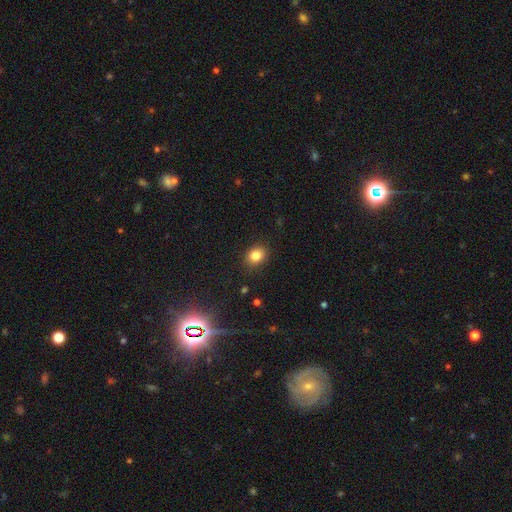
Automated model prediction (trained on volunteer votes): Morphology: type=smooth (82%); roundness=round (55%); merging=none (88%).